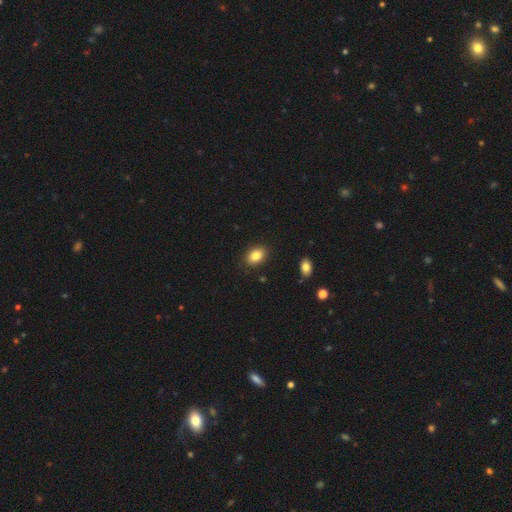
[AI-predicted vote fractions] Q: Smooth or featured?
A: smooth (84%); runner-up: star or artifact (9%)
Q: How rounded?
A: in between (80%); runner-up: round (19%)
Q: Merging?
A: none (88%); runner-up: minor disturbance (9%)